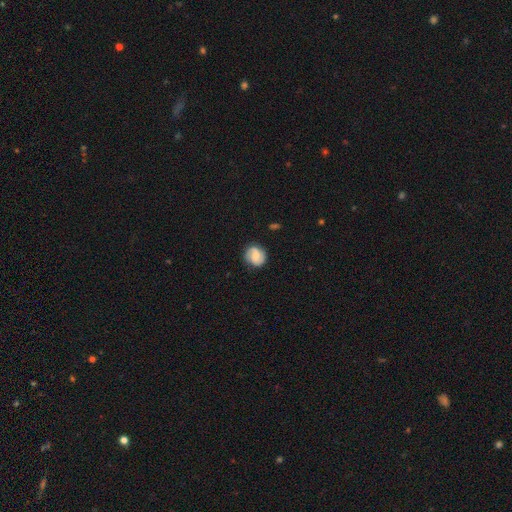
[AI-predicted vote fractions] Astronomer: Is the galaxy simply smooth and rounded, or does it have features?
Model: featured or disk — 57% (runner-up: smooth, 35%).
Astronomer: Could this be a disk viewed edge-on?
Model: no — 98%.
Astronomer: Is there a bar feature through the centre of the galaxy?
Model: weak — 46% (runner-up: no, 42%).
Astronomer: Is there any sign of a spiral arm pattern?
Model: yes — 92%.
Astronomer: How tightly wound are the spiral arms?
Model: medium — 44% (runner-up: tight, 35%).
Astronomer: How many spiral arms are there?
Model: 2 — 84%.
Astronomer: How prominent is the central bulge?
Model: moderate — 38% (runner-up: small, 36%).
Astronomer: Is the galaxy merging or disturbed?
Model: none — 83%.